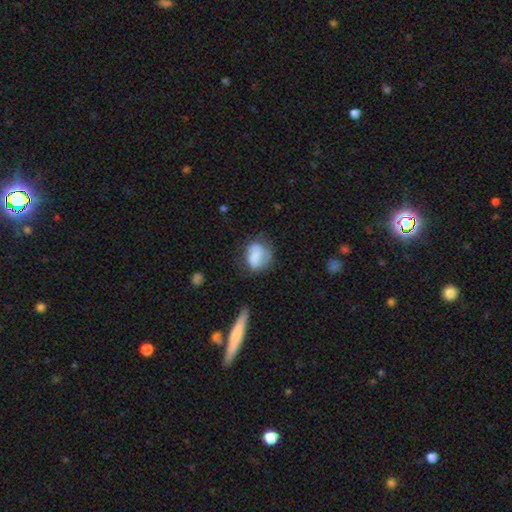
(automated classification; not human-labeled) smooth 72%, featured or disk 19%, star or artifact 9%. Down the decision tree: how rounded — in between (57%); merging — none (43%).